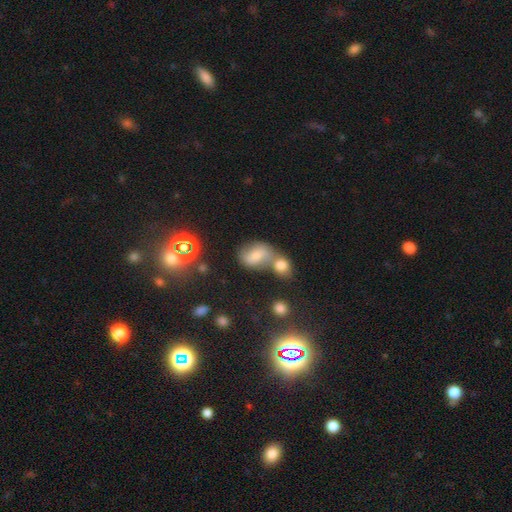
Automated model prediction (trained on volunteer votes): Smooth or featured?
  - smooth: 59% *
  - featured or disk: 24%
  - star or artifact: 17%
How rounded?
  - in between: 69% *
  - round: 29%
  - cigar-shaped: 2%
Merging?
  - merger: 53% *
  - none: 28%
  - minor disturbance: 12%
  - major disturbance: 7%